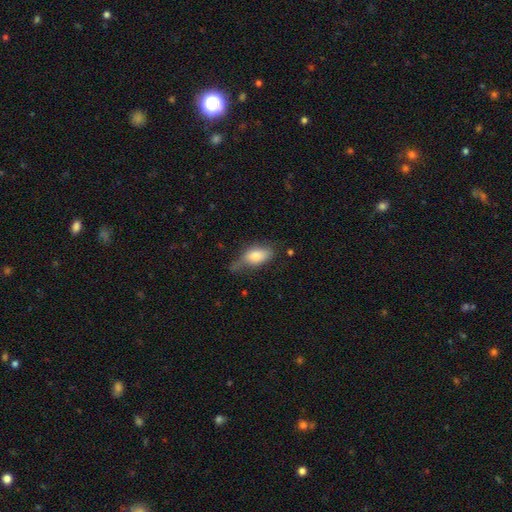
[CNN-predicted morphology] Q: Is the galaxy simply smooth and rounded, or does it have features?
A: smooth — 75%.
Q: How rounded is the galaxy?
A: in between — 85%.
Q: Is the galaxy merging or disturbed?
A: none — 45%.